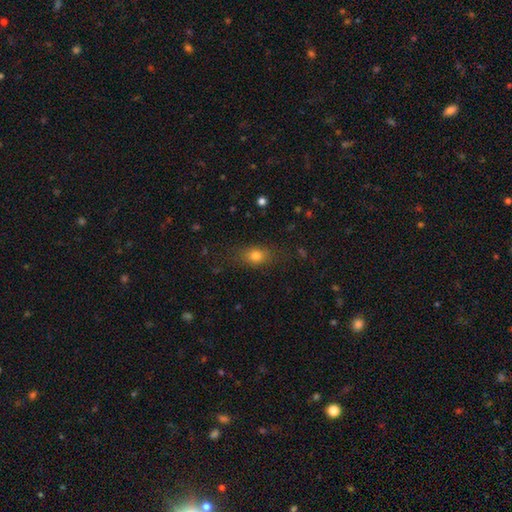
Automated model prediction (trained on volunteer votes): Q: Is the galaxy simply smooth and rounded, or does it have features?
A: smooth — 78%.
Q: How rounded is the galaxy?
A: in between — 68%.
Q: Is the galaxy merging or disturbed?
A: none — 77%.